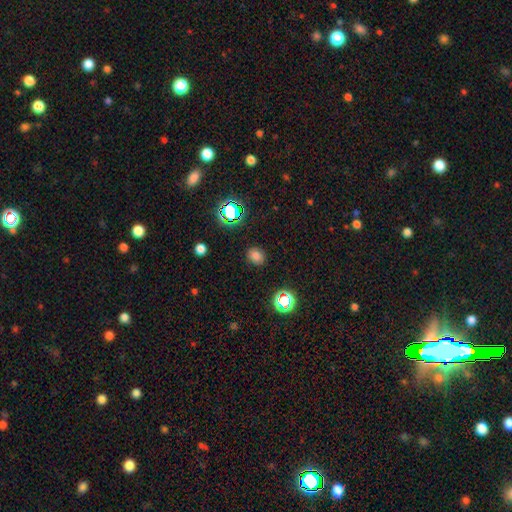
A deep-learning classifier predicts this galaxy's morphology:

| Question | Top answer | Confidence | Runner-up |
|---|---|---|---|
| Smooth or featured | smooth | 74% | star or artifact (19%) |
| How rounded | round | 57% | in between (42%) |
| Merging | none | 88% | minor disturbance (8%) |